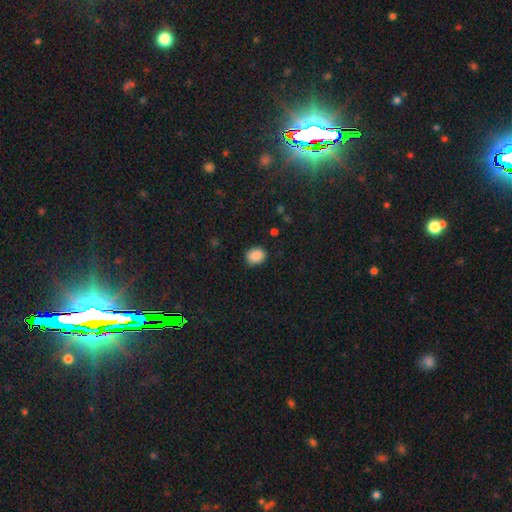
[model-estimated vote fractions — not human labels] Overall: smooth (88%). How rounded: round (55%; in between 44%). Merging: none (86%).